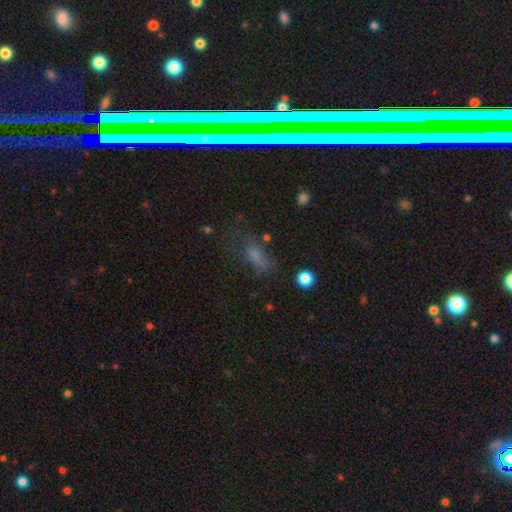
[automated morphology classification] smooth-or-featured: smooth: 67% | star or artifact: 18% | featured or disk: 15%
  how-rounded: in between: 70% | cigar-shaped: 22% | round: 8%
  merging: none: 43% | major disturbance: 28% | minor disturbance: 25% | merger: 4%